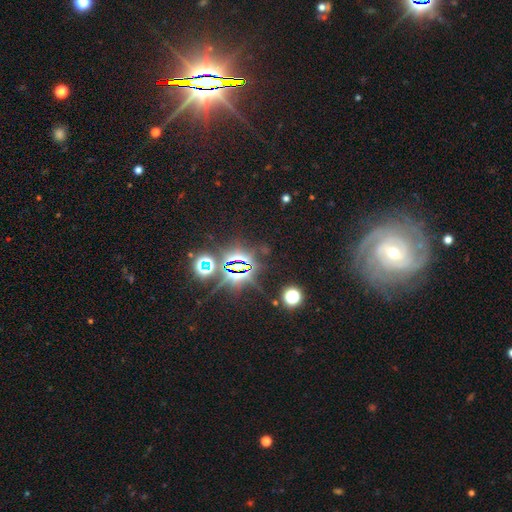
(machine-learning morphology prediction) The model was most divided on "smooth or featured": star or artifact: 51%, featured or disk: 34%, smooth: 16%.